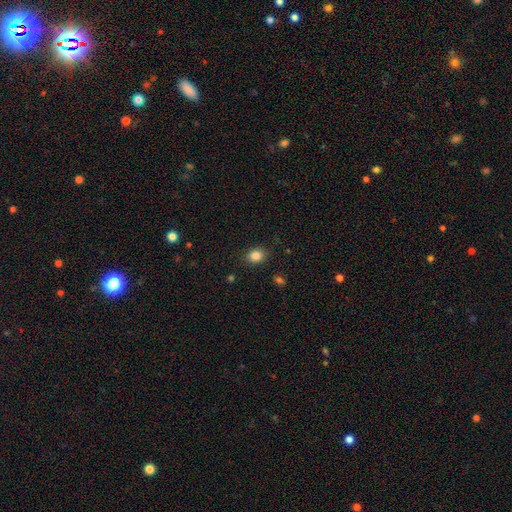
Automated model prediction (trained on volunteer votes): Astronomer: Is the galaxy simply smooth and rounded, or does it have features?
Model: smooth — 84%.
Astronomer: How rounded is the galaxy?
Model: round — 57% (runner-up: in between, 42%).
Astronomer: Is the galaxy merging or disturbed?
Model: none — 87%.